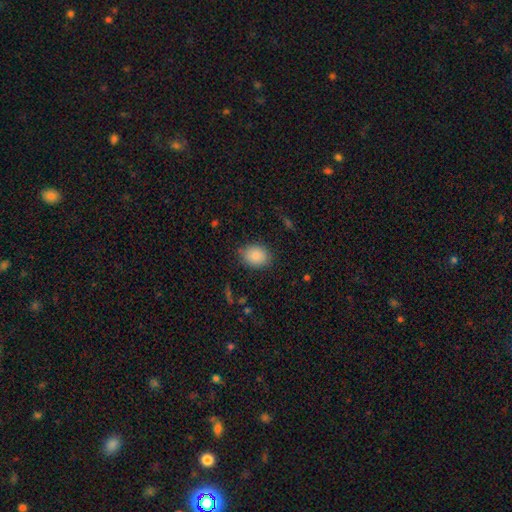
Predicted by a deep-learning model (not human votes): A smooth galaxy with no disk features (88%) that is in between round and cigar-shaped (62%).

Vote fractions:
- Smooth or featured? smooth: 88% / star or artifact: 8% / featured or disk: 4%
- How rounded? in between: 62% / round: 37% / cigar-shaped: 1%
- Merging? none: 83% / minor disturbance: 13% / major disturbance: 3% / merger: 1%